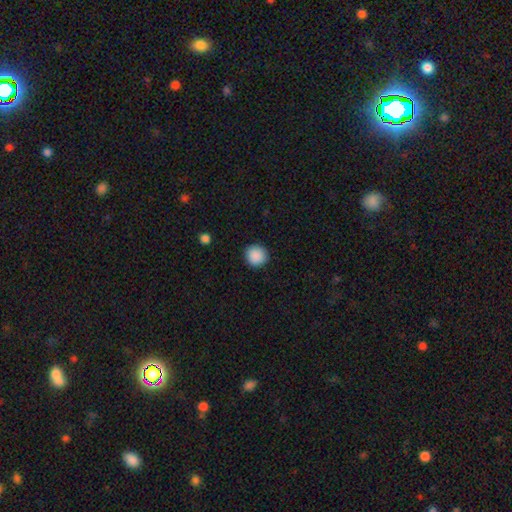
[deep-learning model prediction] Smooth or featured? smooth (89%)
How rounded? round (93%)
Merging? none (91%)